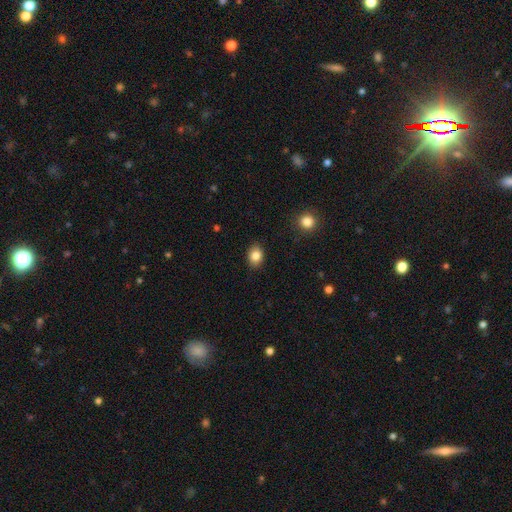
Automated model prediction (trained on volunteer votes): This appears to be a smooth galaxy with no disk features (84%) that is in between round and cigar-shaped (65%). Merging: none (88%).